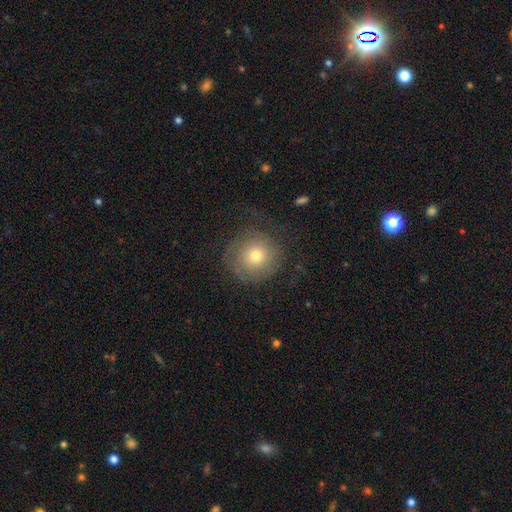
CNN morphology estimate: Smooth or featured?
  - smooth: 62% *
  - featured or disk: 28%
  - star or artifact: 10%
How rounded?
  - round: 93% *
  - in between: 6%
  - cigar-shaped: 1%
Merging?
  - none: 69% *
  - minor disturbance: 16%
  - major disturbance: 13%
  - merger: 1%